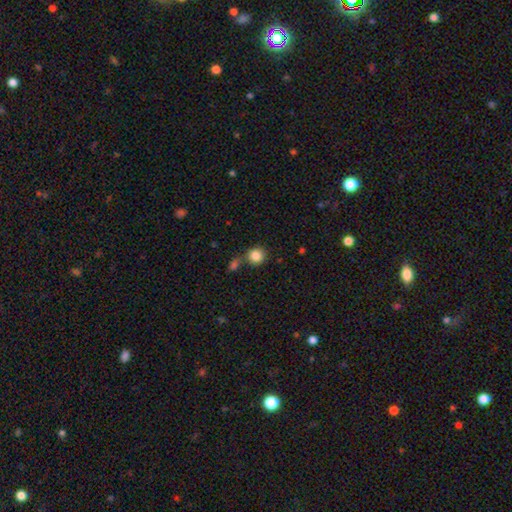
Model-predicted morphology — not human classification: smooth 86%, star or artifact 9%, featured or disk 5%. Down the decision tree: how rounded — round (88%); merging — none (62%).